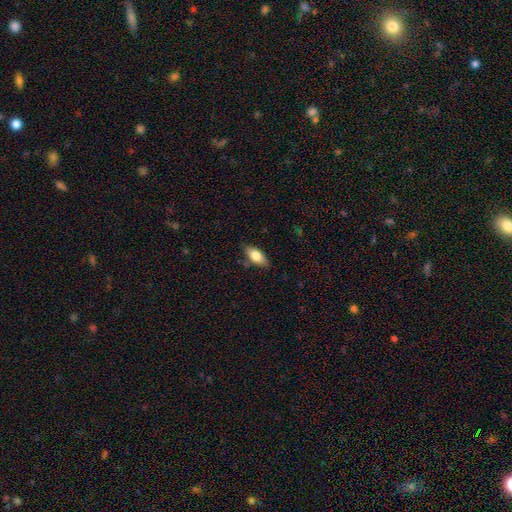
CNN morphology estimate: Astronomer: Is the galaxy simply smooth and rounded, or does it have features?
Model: smooth — 78%.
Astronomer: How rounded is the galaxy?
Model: in between — 85%.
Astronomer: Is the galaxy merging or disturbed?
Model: none — 80%.